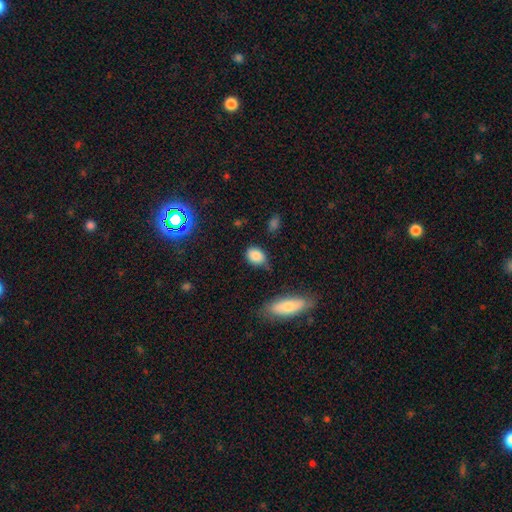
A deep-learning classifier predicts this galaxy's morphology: smooth_or_featured: smooth (p=0.84) [alt: star or artifact p=0.10]
how_rounded: in between (p=0.67) [alt: round p=0.31]
merging: none (p=0.63) [alt: minor disturbance p=0.27]